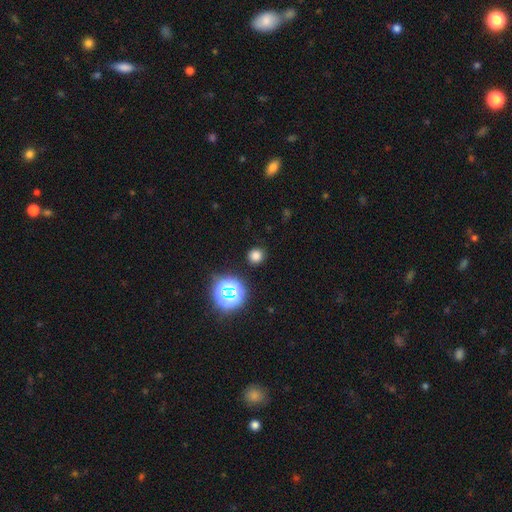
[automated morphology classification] Q: Smooth or featured?
A: smooth (73%); runner-up: star or artifact (22%)
Q: How rounded?
A: round (90%); runner-up: in between (9%)
Q: Merging?
A: none (89%); runner-up: minor disturbance (7%)